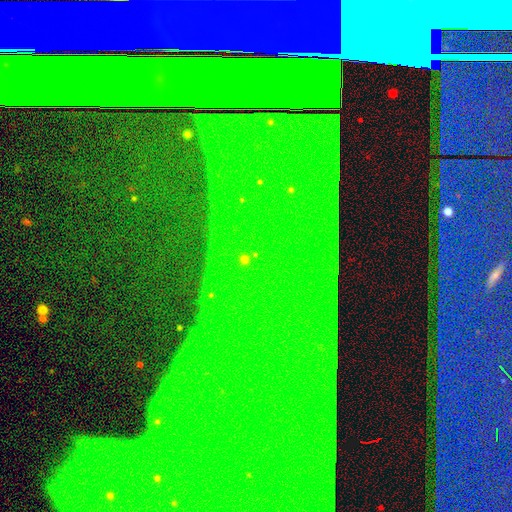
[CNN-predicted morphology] smooth-or-featured: star or artifact: 86% | featured or disk: 7% | smooth: 6%